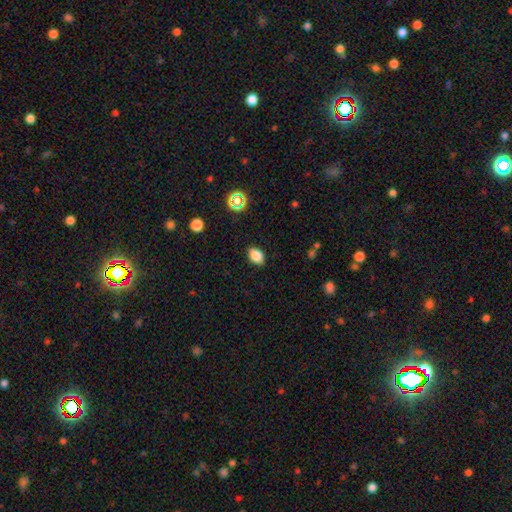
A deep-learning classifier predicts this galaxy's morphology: A smooth galaxy with no disk features (84%) that is in between round and cigar-shaped (84%).

Vote fractions:
- Smooth or featured? smooth: 84% / star or artifact: 11% / featured or disk: 5%
- How rounded? in between: 84% / round: 15% / cigar-shaped: 1%
- Merging? none: 86% / minor disturbance: 10% / major disturbance: 3% / merger: 1%